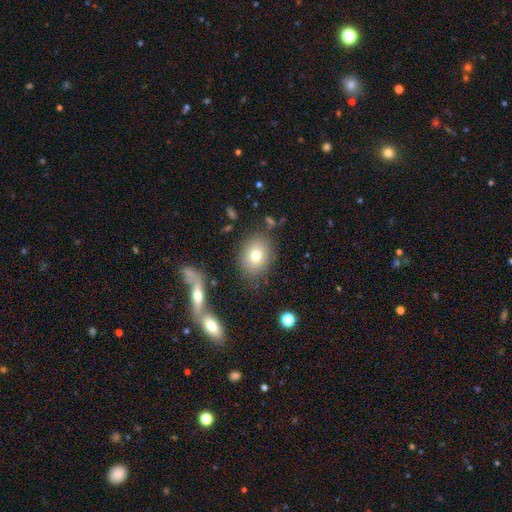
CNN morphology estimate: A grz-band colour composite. It shows a smooth galaxy with no disk features (75%) that is round (54%). Merging: none (81%).